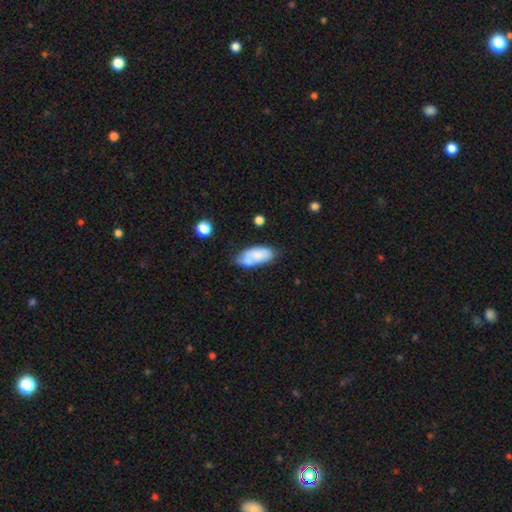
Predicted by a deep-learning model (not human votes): smooth 76%, featured or disk 17%, star or artifact 7%. Down the decision tree: how rounded — in between (90%); merging — none (51%).